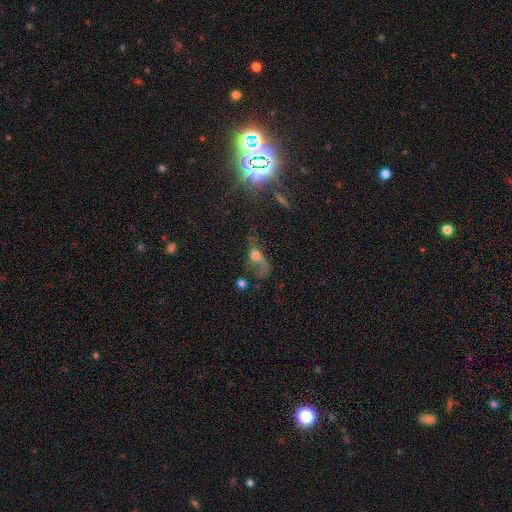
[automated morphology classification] Smooth or featured?
  - featured or disk: 45% *
  - smooth: 40%
  - star or artifact: 15%
Merging?
  - major disturbance: 49% *
  - none: 27%
  - minor disturbance: 17%
  - merger: 8%